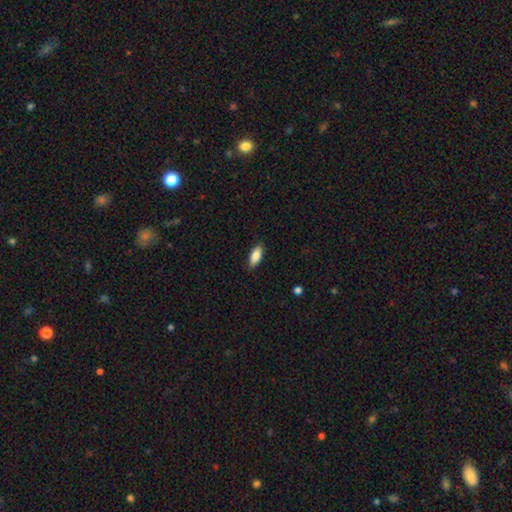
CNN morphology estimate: smooth-or-featured: smooth: 85% | featured or disk: 9% | star or artifact: 6%
  how-rounded: in between: 82% | cigar-shaped: 16% | round: 2%
  merging: none: 88% | minor disturbance: 9% | major disturbance: 2% | merger: 1%